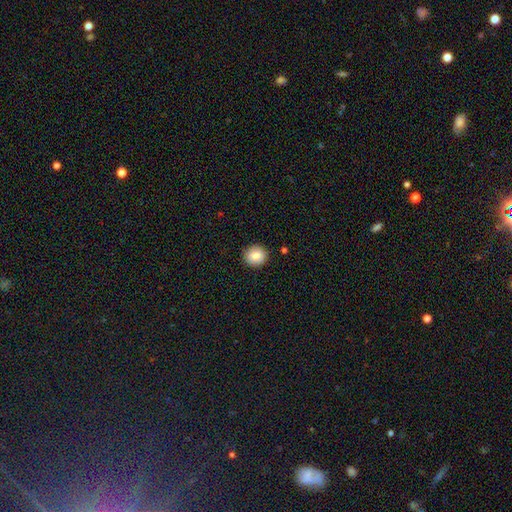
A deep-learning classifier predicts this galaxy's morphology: smooth 84%, star or artifact 9%, featured or disk 7%. Down the decision tree: how rounded — round (88%); merging — none (91%).